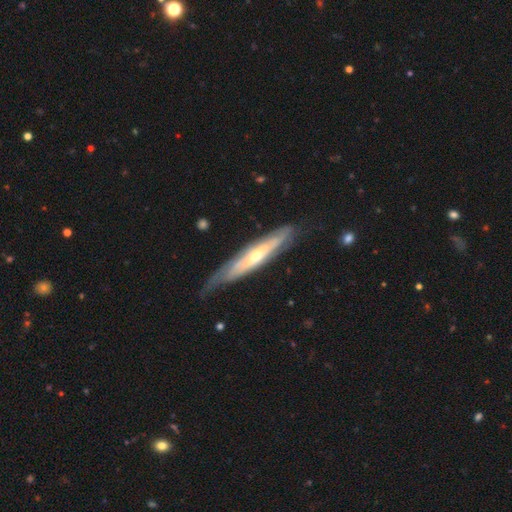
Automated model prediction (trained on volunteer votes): A featured or disk galaxy (71%) viewed edge-on (61%).

Vote fractions:
- Smooth or featured? featured or disk: 71% / smooth: 23% / star or artifact: 5%
- Edge-on disk? yes: 61% / no: 39%
- Merging? none: 64% / minor disturbance: 26% / major disturbance: 8% / merger: 2%